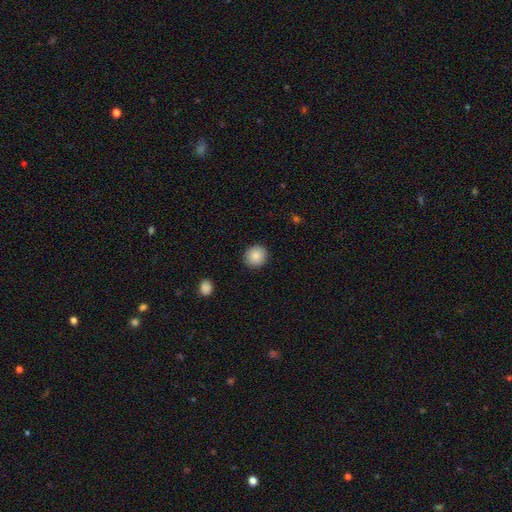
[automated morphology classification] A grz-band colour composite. It shows a smooth galaxy with no disk features (87%) that is round (91%). Merging: none (91%).